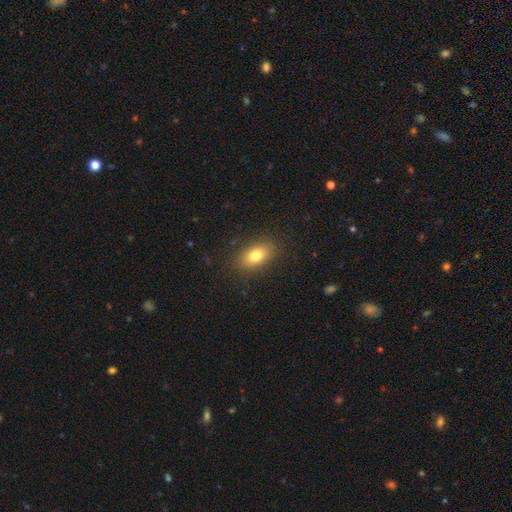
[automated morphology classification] Smooth or featured: smooth — 79% (featured or disk — 12%)
How rounded: in between — 85% (round — 12%)
Merging: none — 86% (minor disturbance — 10%)